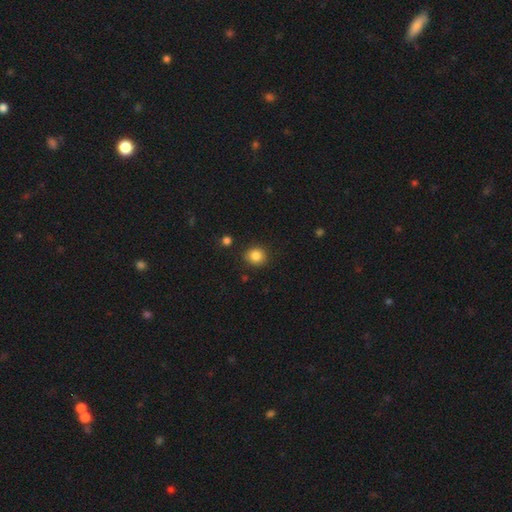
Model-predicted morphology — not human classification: Smooth or featured? smooth (85%)
How rounded? round (84%)
Merging? none (88%)